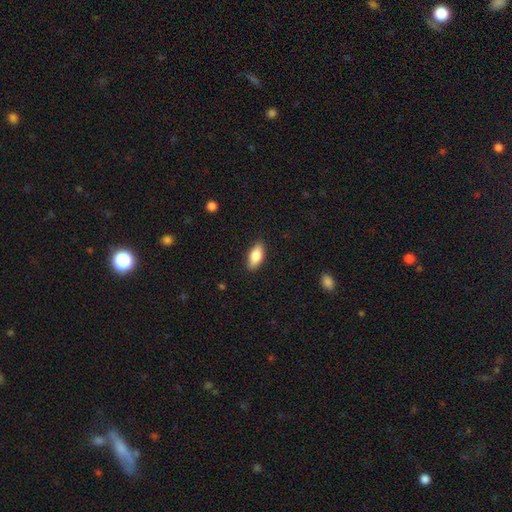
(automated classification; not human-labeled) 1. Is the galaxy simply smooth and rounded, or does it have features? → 82% smooth, 11% featured or disk, 6% star or artifact.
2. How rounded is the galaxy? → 87% in between, 10% cigar-shaped, 3% round.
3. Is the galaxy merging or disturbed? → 87% none, 10% minor disturbance, 2% major disturbance, 1% merger.